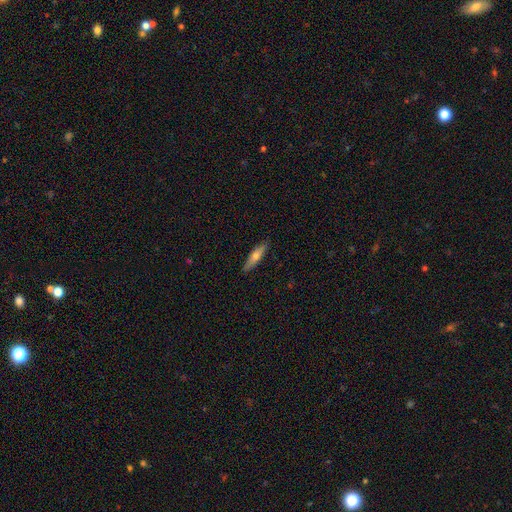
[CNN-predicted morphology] This appears to be a smooth galaxy with no disk features (61%) that is cigar-shaped (77%). Merging: none (88%).